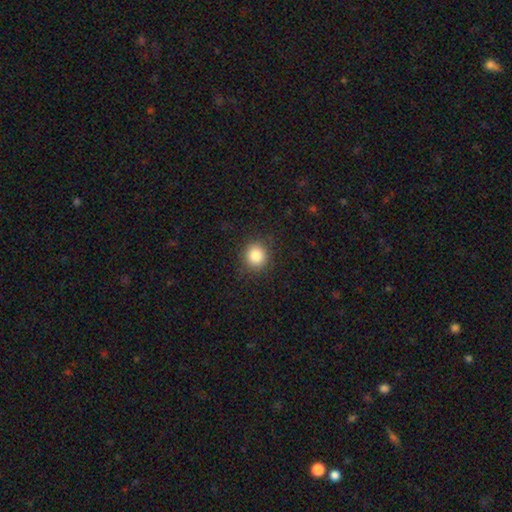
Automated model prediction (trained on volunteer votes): Q: Smooth or featured?
A: smooth (84%); runner-up: star or artifact (11%)
Q: How rounded?
A: round (89%); runner-up: in between (10%)
Q: Merging?
A: none (89%); runner-up: minor disturbance (8%)